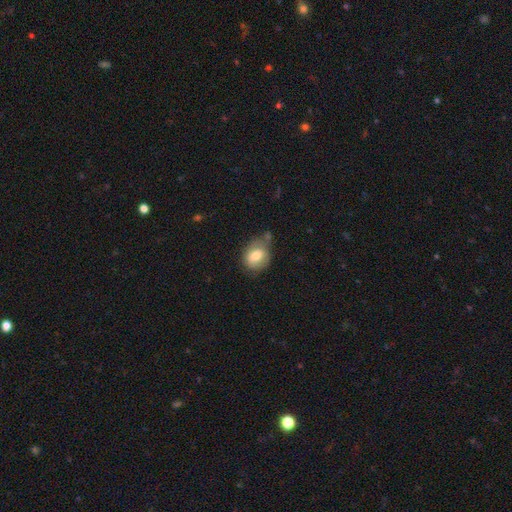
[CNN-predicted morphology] The model was most divided on "how rounded": in between: 52%, round: 46%, cigar-shaped: 1%. More confident: smooth or featured — smooth (75%); merging — none (53%).